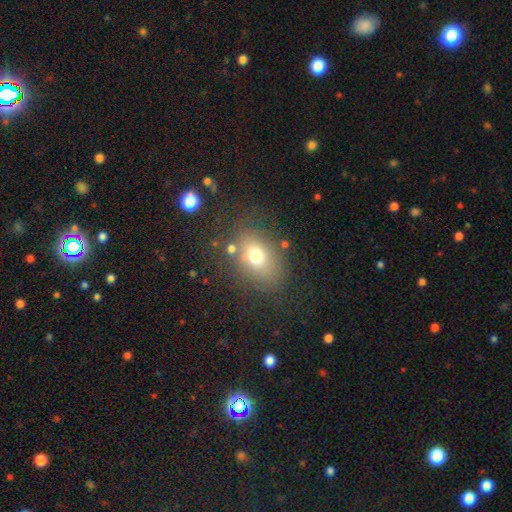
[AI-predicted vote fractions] A smooth galaxy with no disk features (68%) that is in between round and cigar-shaped (68%). Merging: none (70%).